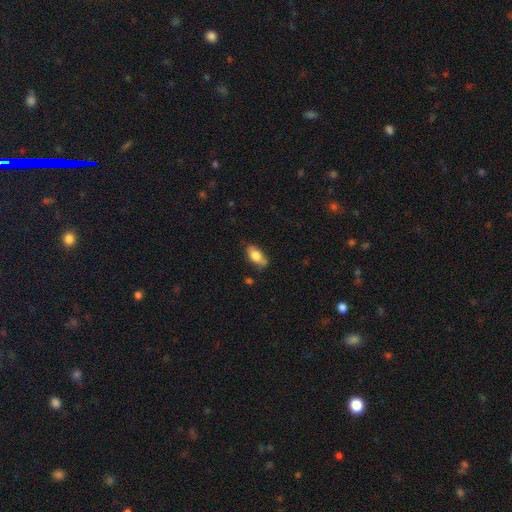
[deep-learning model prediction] Q: Smooth or featured?
A: smooth (73%); runner-up: featured or disk (20%)
Q: How rounded?
A: in between (88%); runner-up: cigar-shaped (7%)
Q: Merging?
A: none (68%); runner-up: minor disturbance (23%)